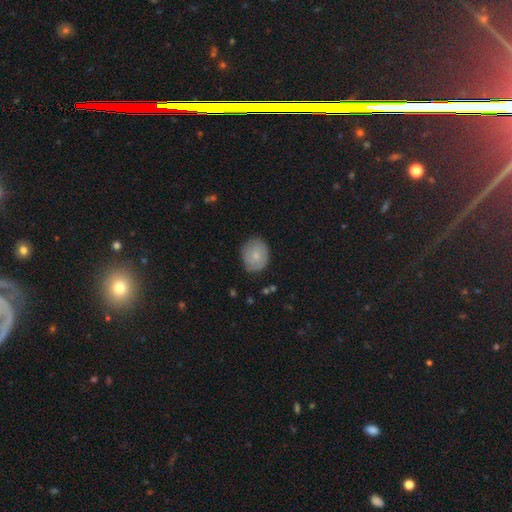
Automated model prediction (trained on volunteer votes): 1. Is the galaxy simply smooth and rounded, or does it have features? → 75% smooth, 18% featured or disk, 7% star or artifact.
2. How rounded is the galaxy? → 61% round, 39% in between, 1% cigar-shaped.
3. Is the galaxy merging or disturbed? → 79% none, 17% minor disturbance, 3% major disturbance, 1% merger.